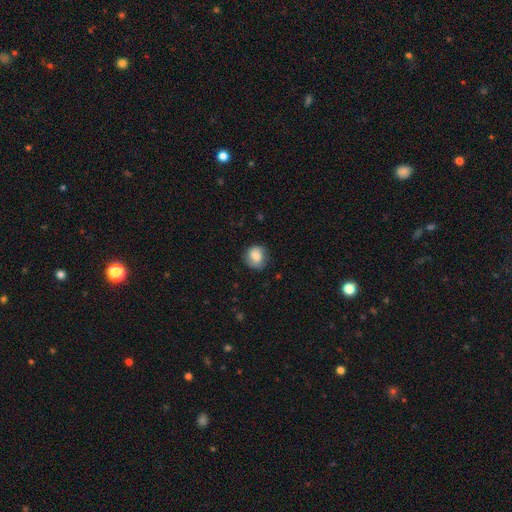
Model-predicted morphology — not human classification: This is likely a smooth galaxy (80%). How rounded: likely round (78%). Merging: likely none (71%).